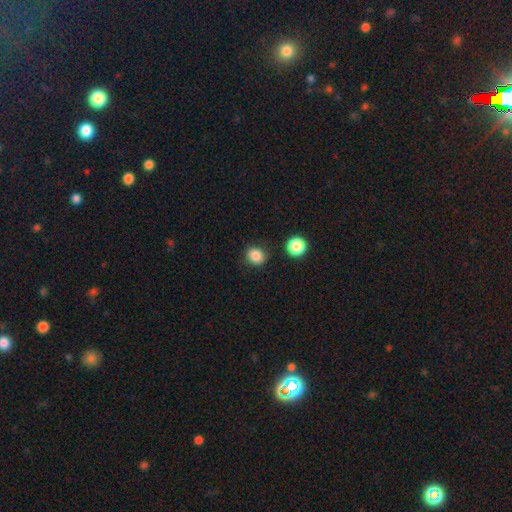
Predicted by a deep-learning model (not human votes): smooth_or_featured: smooth (p=0.85) [alt: star or artifact p=0.11]
how_rounded: round (p=0.74) [alt: in between p=0.25]
merging: none (p=0.84) [alt: minor disturbance p=0.10]